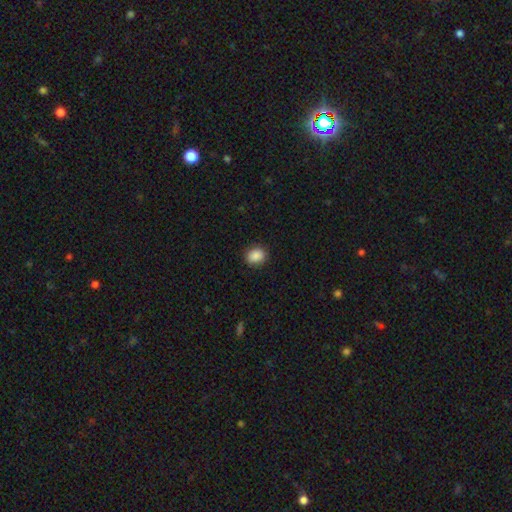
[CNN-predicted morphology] Smooth or featured: smooth — 88% (star or artifact — 8%)
How rounded: round — 58% (in between — 41%)
Merging: none — 88% (minor disturbance — 8%)